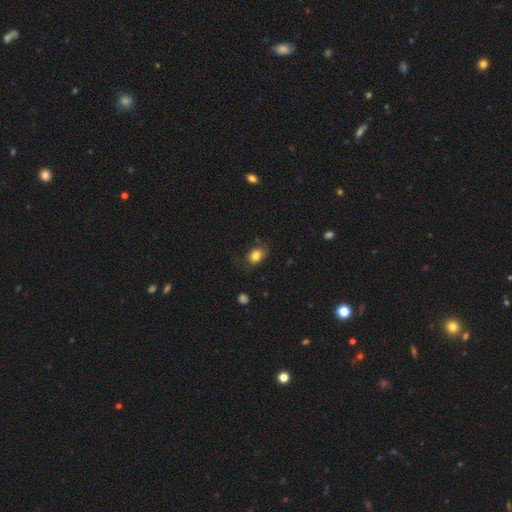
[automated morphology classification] A smooth galaxy with no disk features (83%) that is in between round and cigar-shaped (73%). Merging: none (74%).